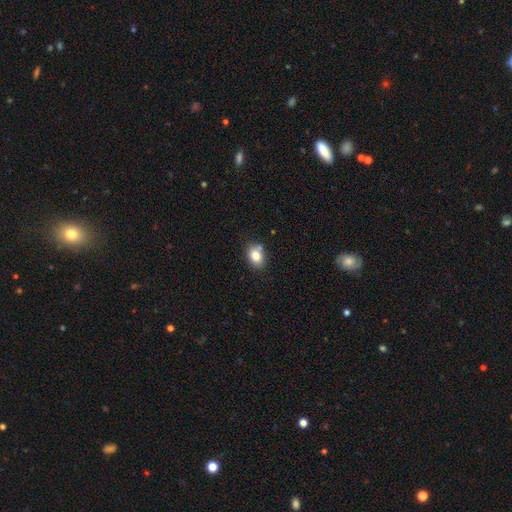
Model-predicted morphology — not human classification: Smooth or featured?
  - smooth: 80% *
  - featured or disk: 10%
  - star or artifact: 10%
How rounded?
  - in between: 66% *
  - round: 33%
  - cigar-shaped: 1%
Merging?
  - none: 73% *
  - minor disturbance: 15%
  - merger: 9%
  - major disturbance: 3%